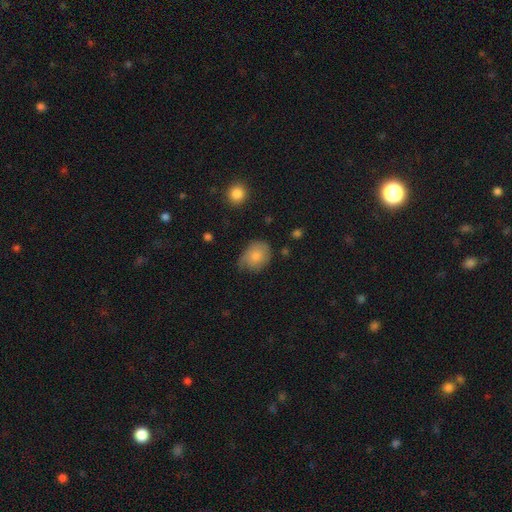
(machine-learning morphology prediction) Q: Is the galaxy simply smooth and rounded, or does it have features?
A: smooth — 73%.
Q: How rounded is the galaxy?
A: in between — 59%.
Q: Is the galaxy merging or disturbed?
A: none — 47%.